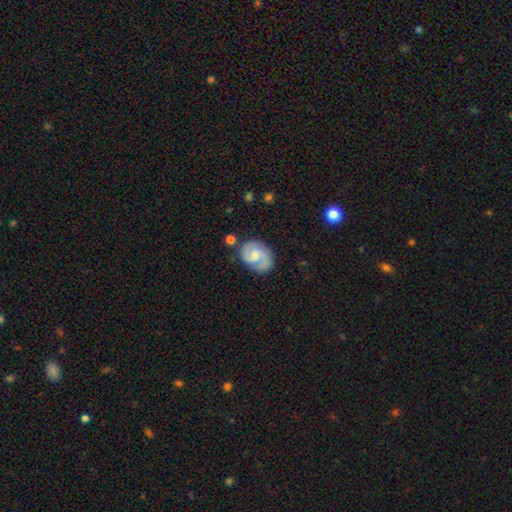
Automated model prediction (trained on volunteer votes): Smooth or featured?
  - featured or disk: 75% *
  - smooth: 20%
  - star or artifact: 6%
Edge-on disk?
  - no: 98% *
  - yes: 2%
Bar?
  - no: 48% *
  - weak: 46%
  - strong: 6%
Spiral arms?
  - yes: 94% *
  - no: 6%
Spiral winding?
  - medium: 51% *
  - tight: 30%
  - loose: 19%
Spiral arm count?
  - 2: 81% *
  - can't tell: 7%
  - 1: 7%
  - 3: 2%
  - 4: 1%
  - more than 4: 1%
Bulge size?
  - small: 45% *
  - moderate: 43%
  - none: 8%
  - large: 3%
  - dominant: 1%
Merging?
  - none: 69% *
  - minor disturbance: 20%
  - major disturbance: 7%
  - merger: 4%